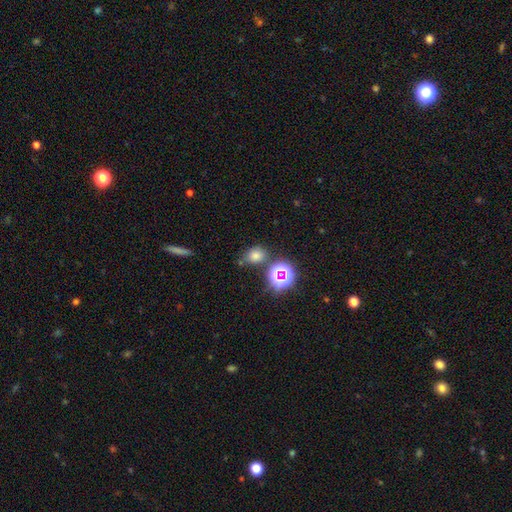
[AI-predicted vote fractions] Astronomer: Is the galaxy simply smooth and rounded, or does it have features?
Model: smooth — 66%.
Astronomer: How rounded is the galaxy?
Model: round — 56% (runner-up: in between, 43%).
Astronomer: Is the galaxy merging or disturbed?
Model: none — 69%.